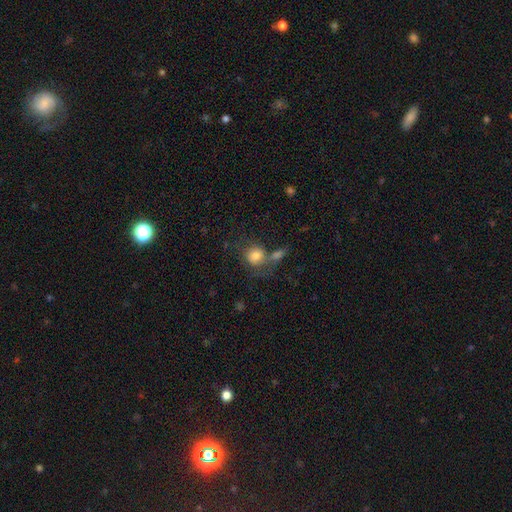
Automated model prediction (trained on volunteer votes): The model was most divided on "merging": none: 43%, merger: 33%, minor disturbance: 14%, major disturbance: 10%. More confident: smooth or featured — smooth (78%); how rounded — round (77%).